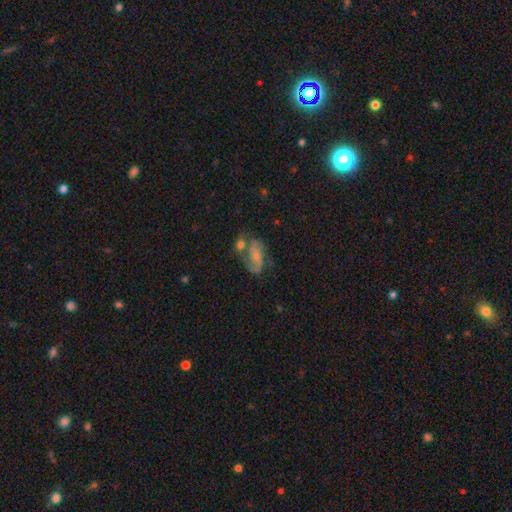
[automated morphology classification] smooth_or_featured: featured or disk (p=0.75) [alt: smooth p=0.16]
disk_edge_on: no (p=0.97) [alt: yes p=0.03]
bar: no (p=0.46) [alt: weak p=0.38]
has_spiral_arms: yes (p=0.93) [alt: no p=0.07]
spiral_winding: medium (p=0.50) [alt: loose p=0.34]
spiral_arm_count: 2 (p=0.86) [alt: 1 p=0.05]
bulge_size: small (p=0.53) [alt: moderate p=0.26]
merging: none (p=0.40) [alt: merger p=0.28]